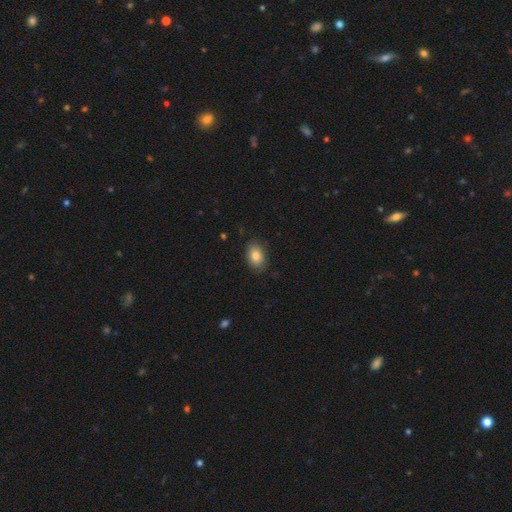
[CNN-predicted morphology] Q: Smooth or featured?
A: smooth (82%); runner-up: featured or disk (11%)
Q: How rounded?
A: in between (83%); runner-up: round (15%)
Q: Merging?
A: none (82%); runner-up: minor disturbance (14%)